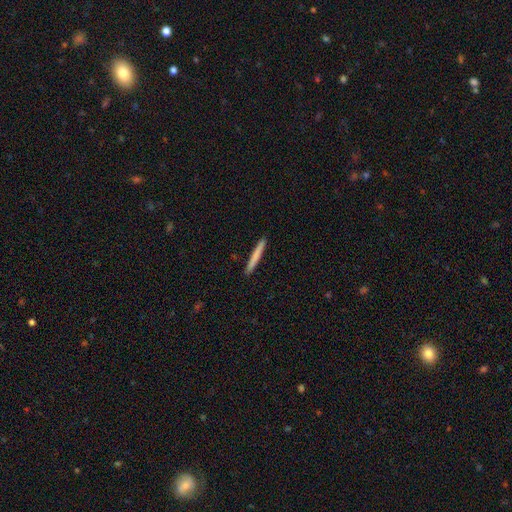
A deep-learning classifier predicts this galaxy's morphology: This is likely a smooth galaxy (73%). How rounded: clearly cigar-shaped (97%). Merging: clearly none (93%).